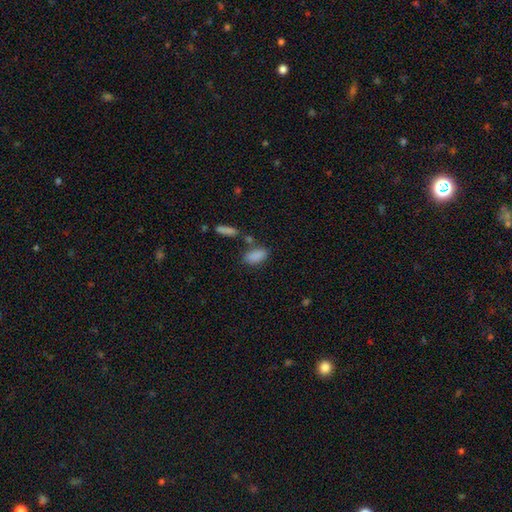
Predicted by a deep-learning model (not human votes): Morphology: type=smooth (87%); roundness=in between (90%); merging=none (69%).